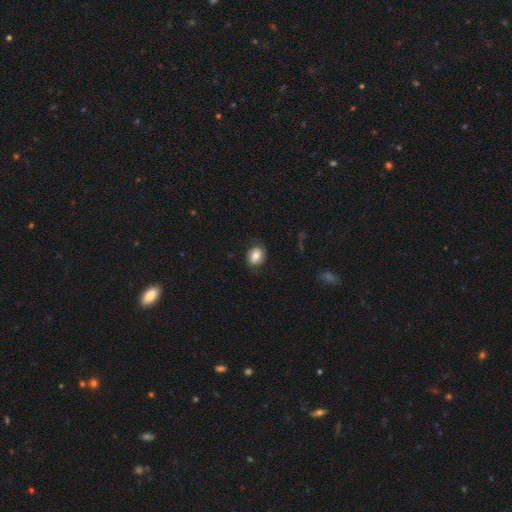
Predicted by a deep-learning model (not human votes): Q: Smooth or featured?
A: smooth (75%); runner-up: featured or disk (17%)
Q: How rounded?
A: in between (56%); runner-up: round (43%)
Q: Merging?
A: none (80%); runner-up: minor disturbance (14%)